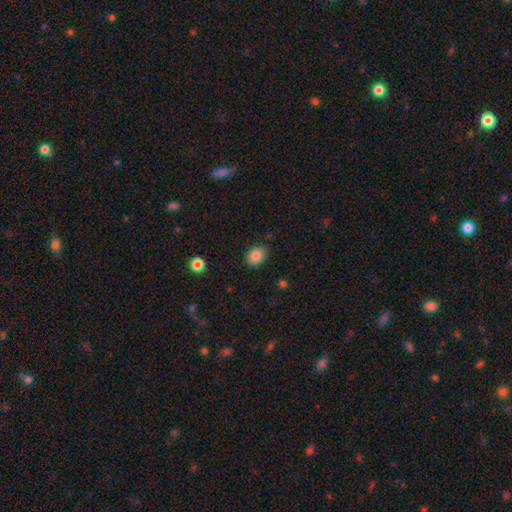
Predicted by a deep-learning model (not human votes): A smooth galaxy with no disk features (85%) that is in between round and cigar-shaped (70%). Merging: none (84%).